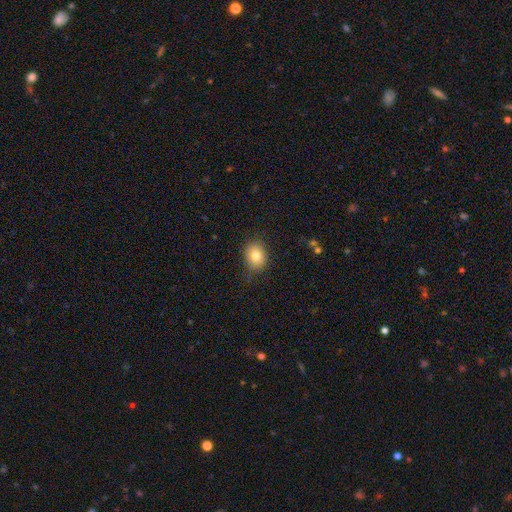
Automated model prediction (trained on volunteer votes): The model was most divided on "how rounded": in between: 50%, round: 49%, cigar-shaped: 1%. More confident: smooth or featured — smooth (80%); merging — none (78%).